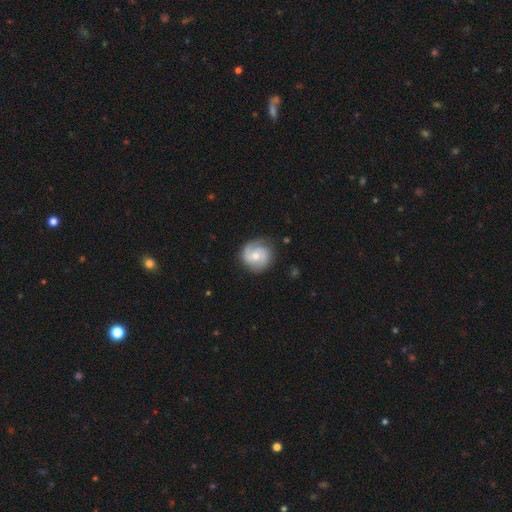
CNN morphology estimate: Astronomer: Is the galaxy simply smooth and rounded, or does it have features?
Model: featured or disk — 70%.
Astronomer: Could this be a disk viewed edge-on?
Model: no — 98%.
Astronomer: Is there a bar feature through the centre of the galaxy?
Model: no — 61%.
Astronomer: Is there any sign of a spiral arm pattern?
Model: yes — 93%.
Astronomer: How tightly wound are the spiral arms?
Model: medium — 43% (runner-up: tight, 39%).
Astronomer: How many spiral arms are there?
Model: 2 — 72%.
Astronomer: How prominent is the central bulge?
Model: moderate — 57% (runner-up: small, 38%).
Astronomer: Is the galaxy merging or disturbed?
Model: none — 79%.